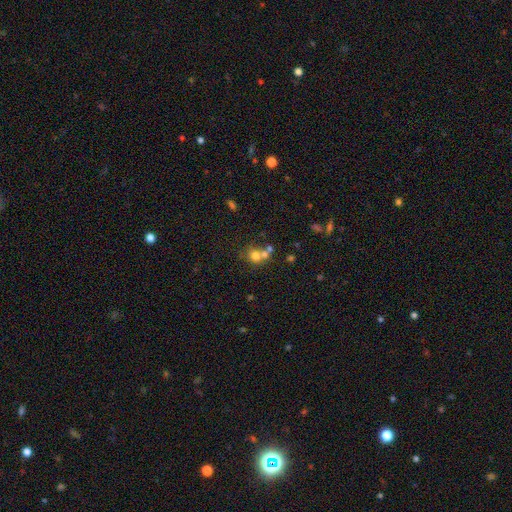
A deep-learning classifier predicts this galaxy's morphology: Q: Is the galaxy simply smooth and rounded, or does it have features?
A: smooth — 69%.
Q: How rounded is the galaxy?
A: round — 79%.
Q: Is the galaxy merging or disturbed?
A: none — 44%.